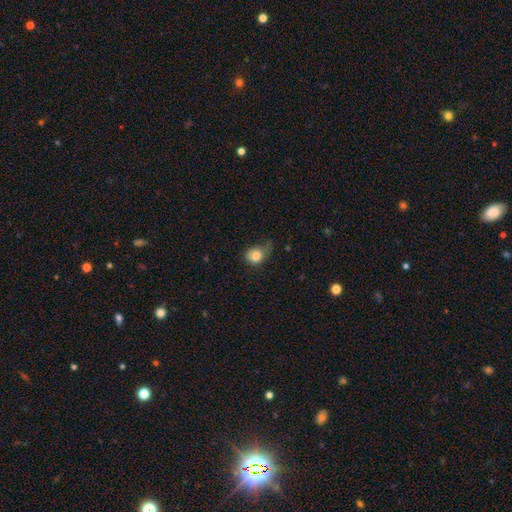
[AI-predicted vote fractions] smooth-or-featured: smooth: 82% | featured or disk: 10% | star or artifact: 9%
  how-rounded: round: 57% | in between: 42% | cigar-shaped: 1%
  merging: minor disturbance: 38% | none: 33% | major disturbance: 25% | merger: 3%